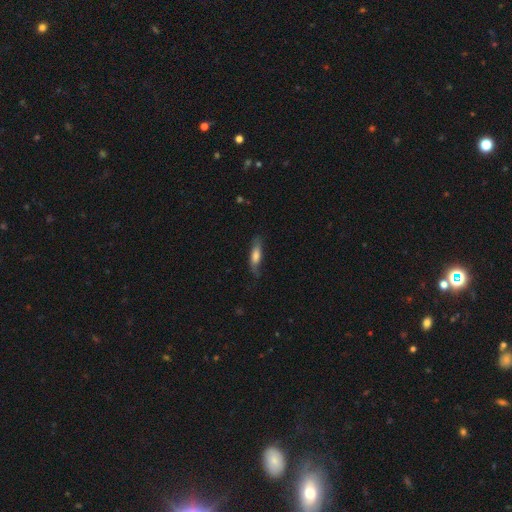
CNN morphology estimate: The model was most divided on "how rounded": cigar-shaped: 55%, in between: 43%, round: 2%. More confident: merging — none (66%); smooth or featured — smooth (62%).